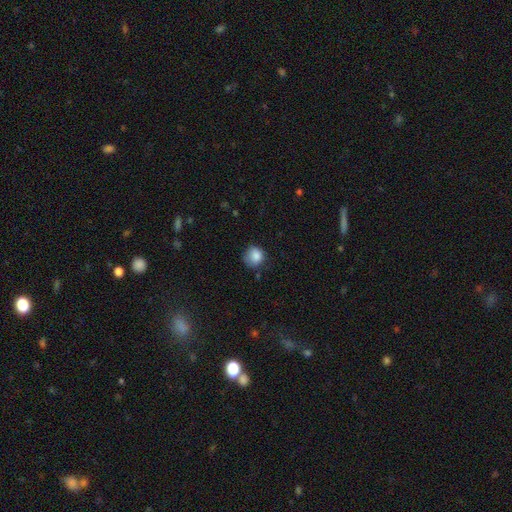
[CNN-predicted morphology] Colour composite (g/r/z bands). It shows a smooth galaxy with no disk features (84%) that is round (79%). Merging: none (60%).